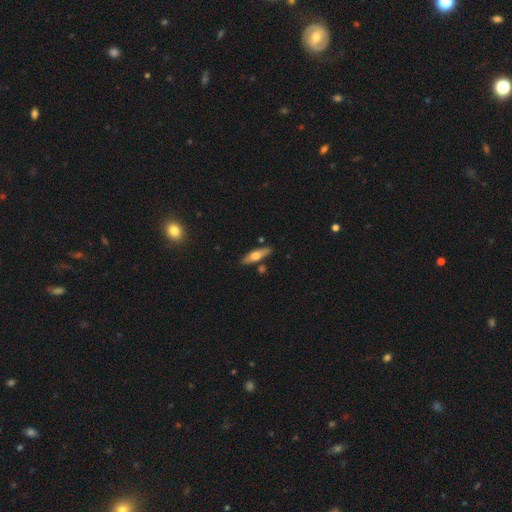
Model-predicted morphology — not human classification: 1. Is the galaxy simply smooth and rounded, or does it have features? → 48% smooth, 46% featured or disk, 6% star or artifact.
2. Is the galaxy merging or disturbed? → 82% none, 10% minor disturbance, 5% merger, 2% major disturbance.